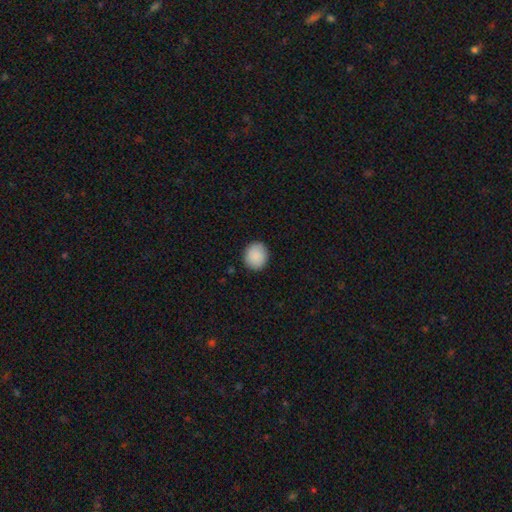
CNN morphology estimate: smooth-or-featured: smooth: 90% | star or artifact: 7% | featured or disk: 3%
  how-rounded: round: 80% | in between: 19% | cigar-shaped: 1%
  merging: none: 90% | minor disturbance: 7% | major disturbance: 2% | merger: 1%